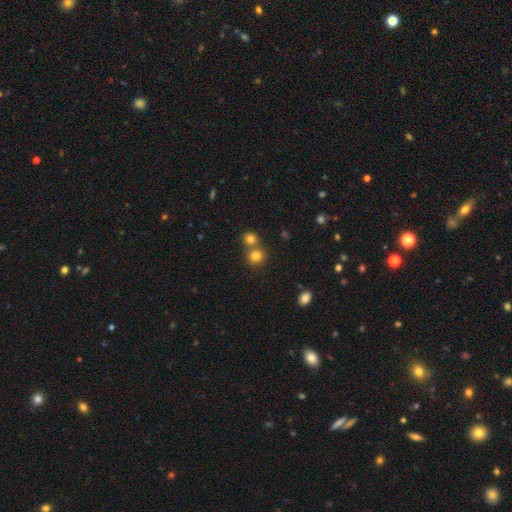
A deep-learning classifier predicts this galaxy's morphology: This appears to be a smooth galaxy with no disk features (80%) that is round (89%). Merging: none (61%).